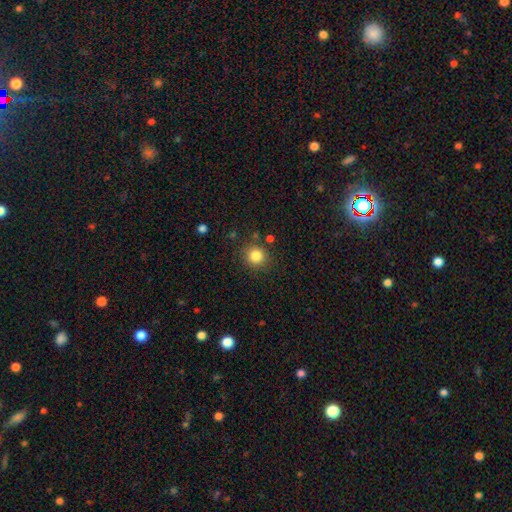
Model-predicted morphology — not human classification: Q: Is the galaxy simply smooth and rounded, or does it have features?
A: smooth — 83%.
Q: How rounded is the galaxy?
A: round — 91%.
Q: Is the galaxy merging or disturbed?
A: none — 85%.